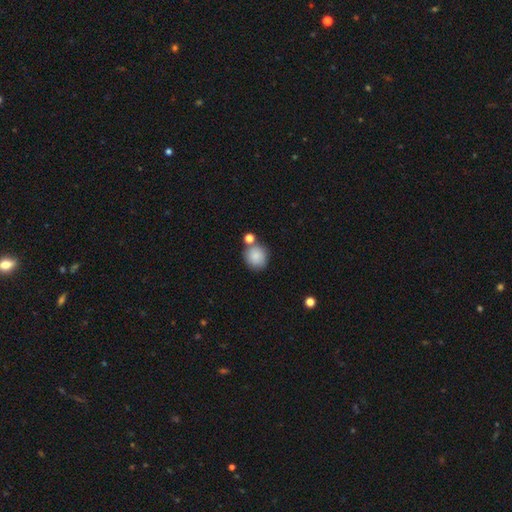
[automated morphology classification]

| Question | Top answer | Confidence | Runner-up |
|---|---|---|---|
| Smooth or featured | smooth | 85% | star or artifact (8%) |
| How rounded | round | 86% | in between (13%) |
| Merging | none | 66% | merger (18%) |